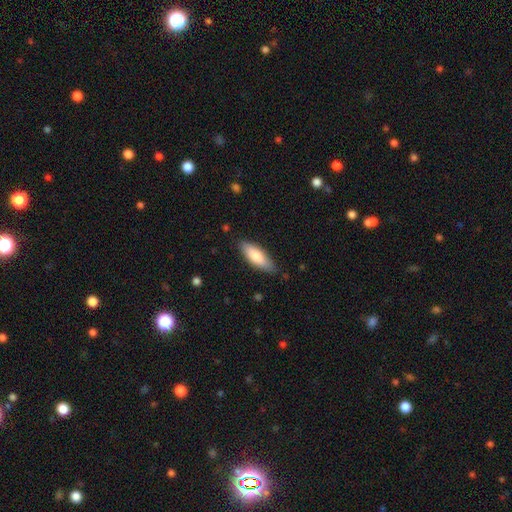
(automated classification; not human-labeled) This is likely a smooth galaxy (79%). How rounded: likely in between (62%). Merging: clearly none (84%).